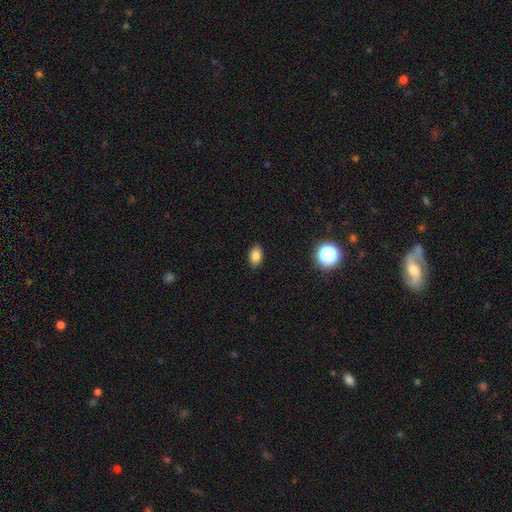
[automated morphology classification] smooth_or_featured: smooth (p=0.84) [alt: star or artifact p=0.11]
how_rounded: in between (p=0.86) [alt: round p=0.13]
merging: none (p=0.89) [alt: minor disturbance p=0.08]